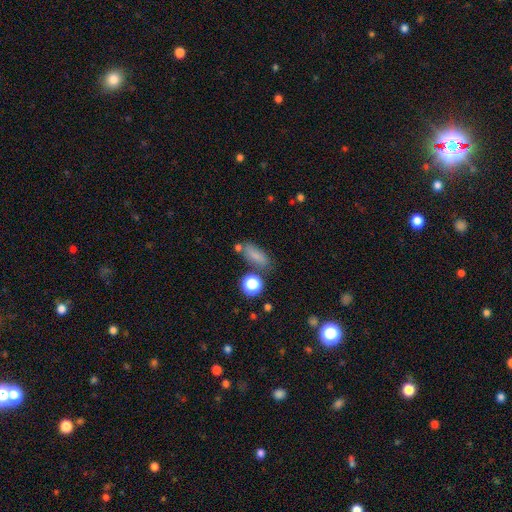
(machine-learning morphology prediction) Smooth or featured? Predicted: smooth (p=0.76). How rounded? Predicted: in between (p=0.69). Merging? Predicted: none (p=0.64).